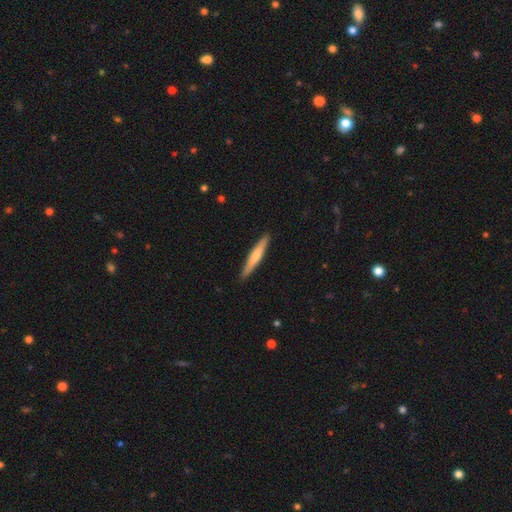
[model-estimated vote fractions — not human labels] Smooth or featured? smooth (58%)
How rounded? cigar-shaped (95%)
Merging? none (91%)